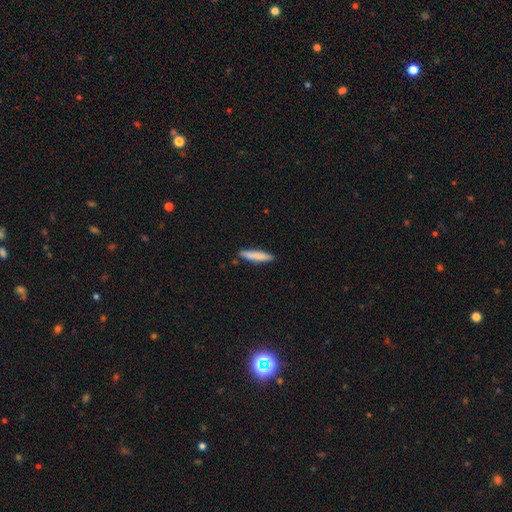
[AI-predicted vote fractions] Smooth or featured? smooth (83%)
How rounded? cigar-shaped (87%)
Merging? none (88%)